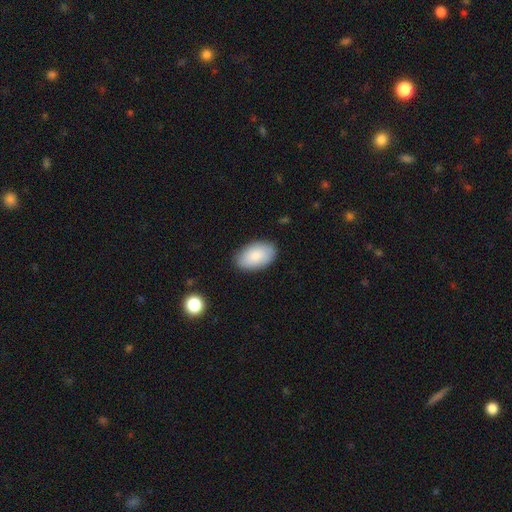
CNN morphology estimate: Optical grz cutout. It shows a smooth galaxy with no disk features (86%) that is in between round and cigar-shaped (95%). Merging: none (86%).